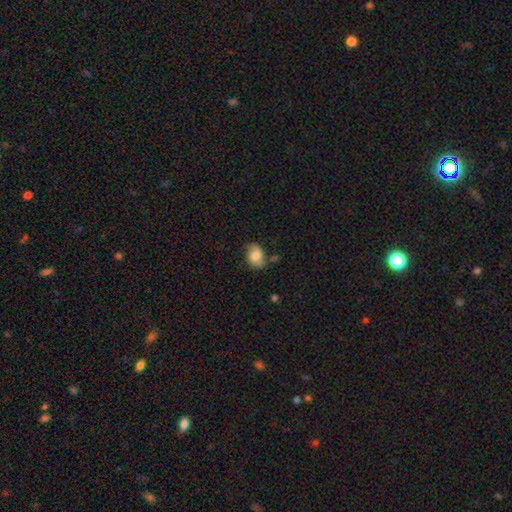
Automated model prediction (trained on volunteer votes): A smooth galaxy with no disk features (73%) that is in between round and cigar-shaped (75%).

Vote fractions:
- Smooth or featured? smooth: 73% / featured or disk: 19% / star or artifact: 8%
- How rounded? in between: 75% / round: 24% / cigar-shaped: 1%
- Merging? none: 58% / minor disturbance: 28% / major disturbance: 8% / merger: 6%